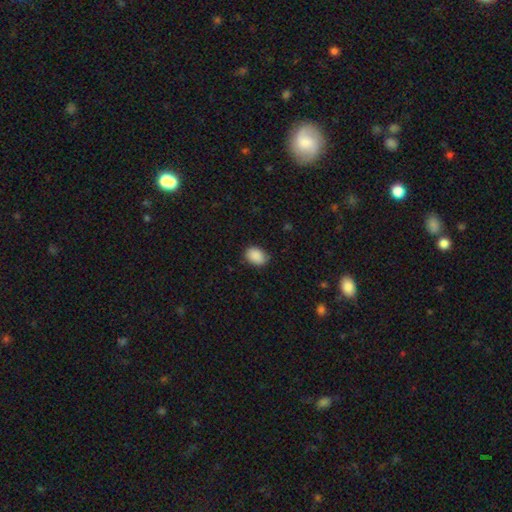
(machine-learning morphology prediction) Overall: smooth (90%). How rounded: in between (74%). Merging: none (79%).